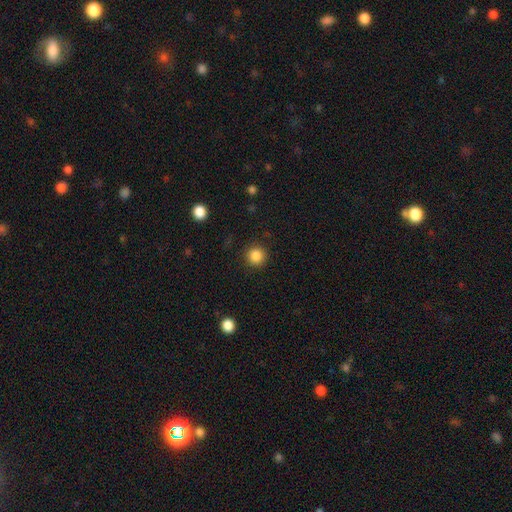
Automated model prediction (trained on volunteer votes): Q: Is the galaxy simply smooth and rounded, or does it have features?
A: smooth — 86%.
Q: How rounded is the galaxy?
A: round — 95%.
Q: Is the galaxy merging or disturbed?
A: none — 91%.